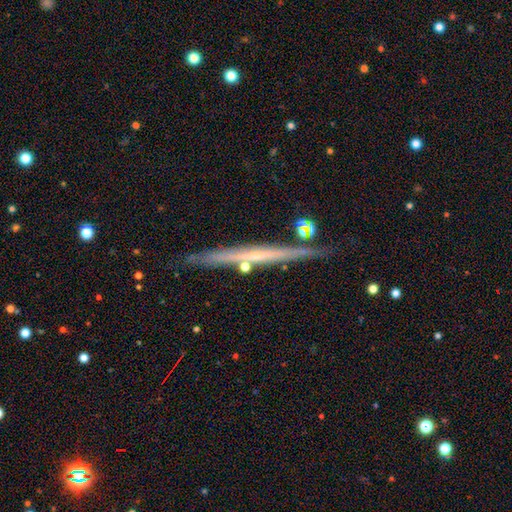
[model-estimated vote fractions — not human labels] Morphology: type=featured or disk (69%); edge-on=yes (96%); edge-on bulge=none (72%); merging=none (84%).